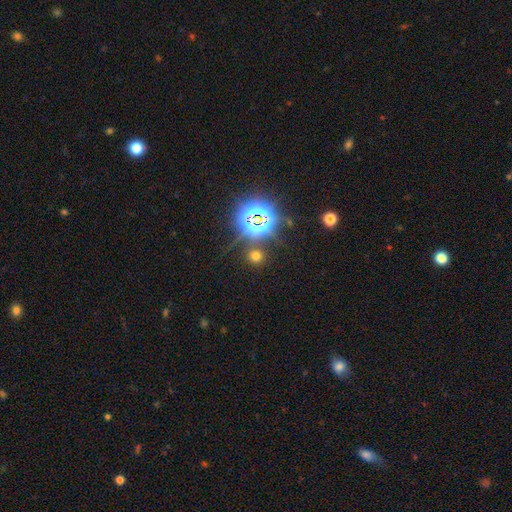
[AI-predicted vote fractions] Overall: smooth (57%; star or artifact 36%). How rounded: round (88%). Merging: none (84%).